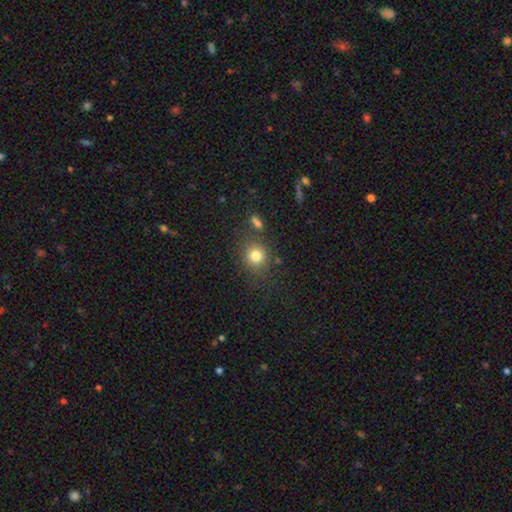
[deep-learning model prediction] smooth 80%, star or artifact 13%, featured or disk 7%. Down the decision tree: how rounded — round (84%); merging — none (77%).